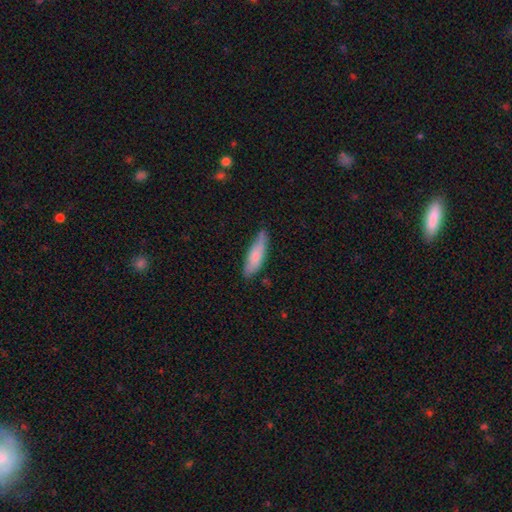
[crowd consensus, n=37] Smooth or featured? 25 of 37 (68%) said smooth. How rounded? 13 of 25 (52%) said in between. Merging? 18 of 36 (50%) said none.